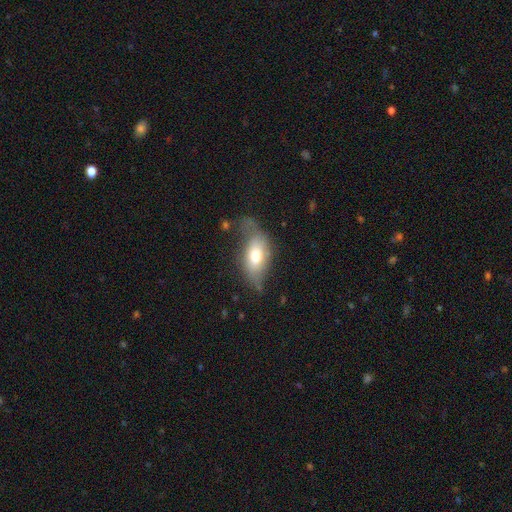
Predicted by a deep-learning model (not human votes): A smooth galaxy with no disk features (63%) that is in between round and cigar-shaped (88%). Merging: none (37%).